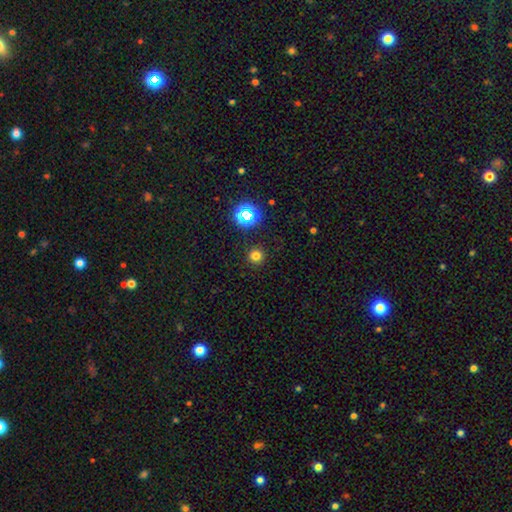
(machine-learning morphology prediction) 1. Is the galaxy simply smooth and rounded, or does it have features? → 74% smooth, 21% star or artifact, 5% featured or disk.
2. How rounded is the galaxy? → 95% round, 4% in between, 1% cigar-shaped.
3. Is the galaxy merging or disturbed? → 91% none, 5% minor disturbance, 2% major disturbance, 1% merger.